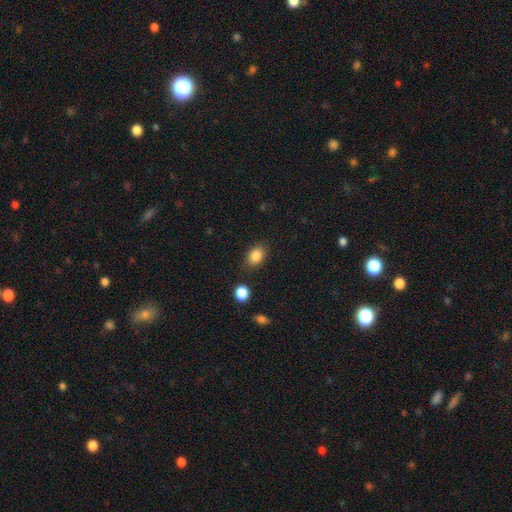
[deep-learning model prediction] Morphology: type=smooth (85%); roundness=in between (73%); merging=none (82%).